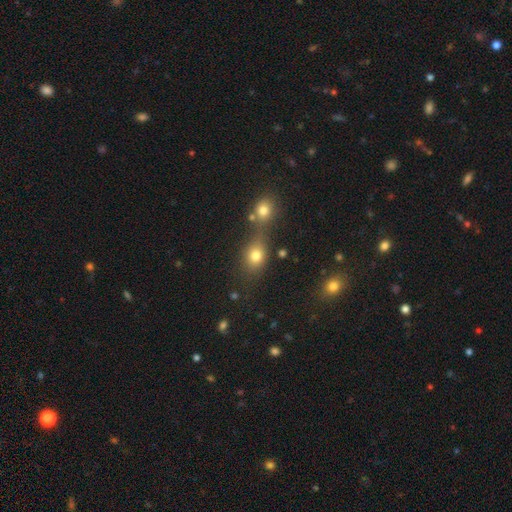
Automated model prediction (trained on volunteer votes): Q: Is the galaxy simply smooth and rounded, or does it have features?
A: smooth — 76%.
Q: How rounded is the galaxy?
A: round — 52%.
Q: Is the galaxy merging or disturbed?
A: none — 49%.